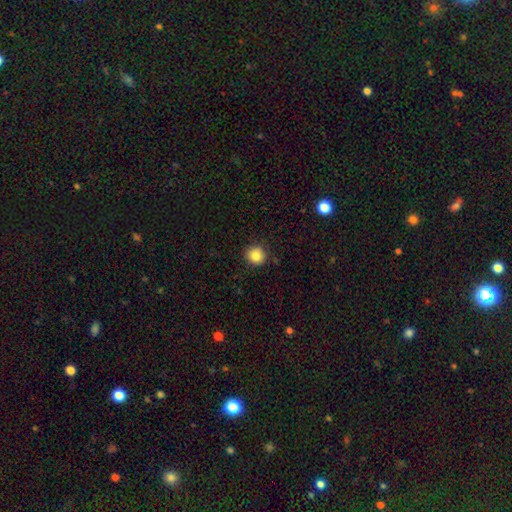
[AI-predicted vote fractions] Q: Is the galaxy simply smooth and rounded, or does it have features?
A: smooth — 84%.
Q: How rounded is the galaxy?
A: round — 90%.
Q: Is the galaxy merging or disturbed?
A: none — 88%.